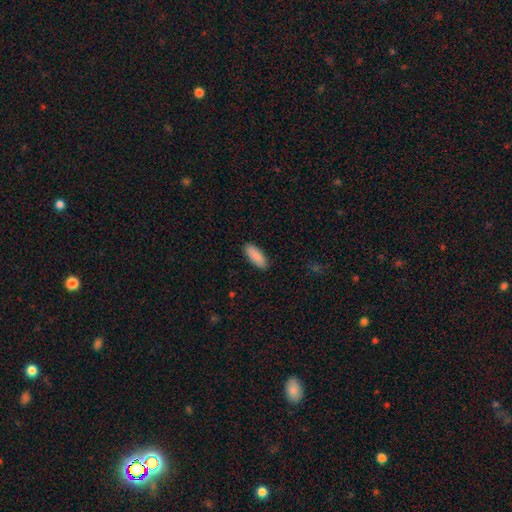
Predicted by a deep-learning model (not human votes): Overall: smooth (90%). How rounded: in between (74%). Merging: none (89%).